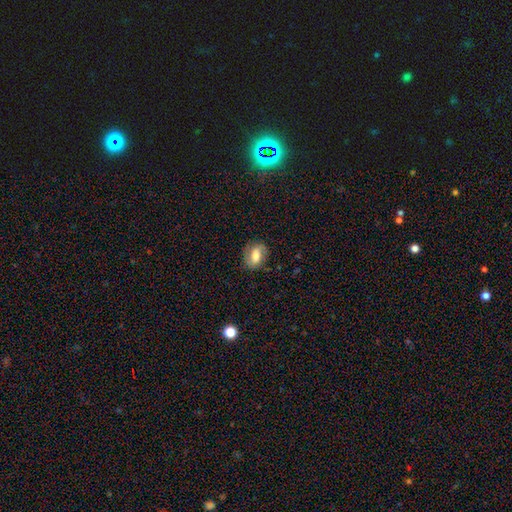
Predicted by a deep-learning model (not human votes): Smooth or featured? Predicted: smooth (p=0.49). Merging? Predicted: none (p=0.76).